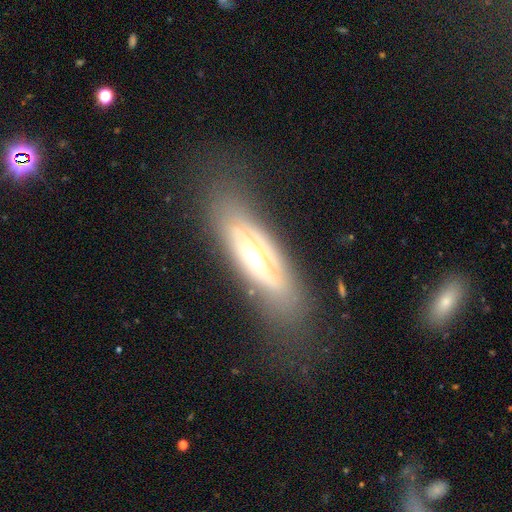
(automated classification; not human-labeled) Smooth or featured? featured or disk (62%)
Edge-on disk? no (59%)
Merging? none (67%)